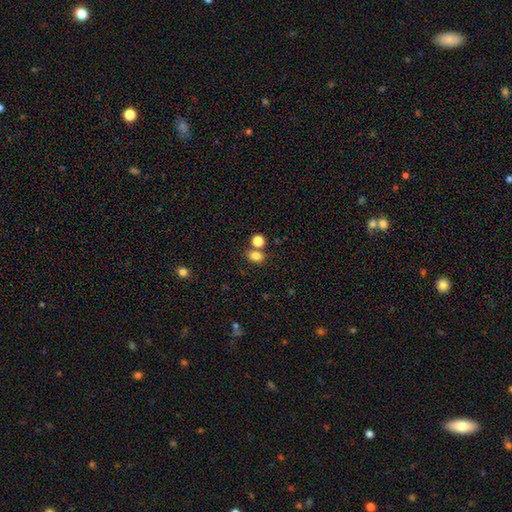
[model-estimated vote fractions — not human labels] The model was most divided on "how rounded": in between: 59%, round: 40%, cigar-shaped: 1%. More confident: smooth or featured — smooth (81%); merging — none (63%).